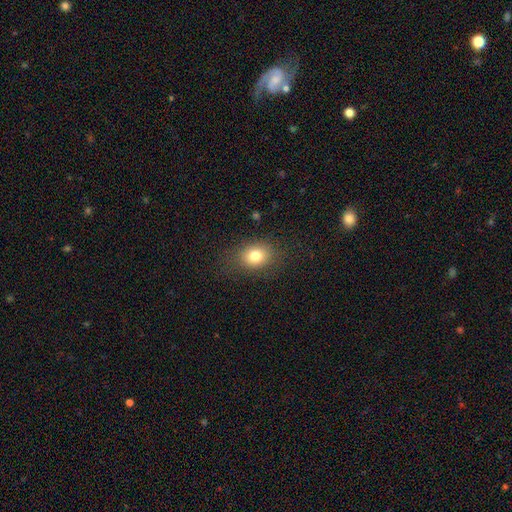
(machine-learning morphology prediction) Smooth or featured: smooth — 79% (star or artifact — 12%)
How rounded: round — 50% (in between — 49%)
Merging: none — 80% (minor disturbance — 13%)